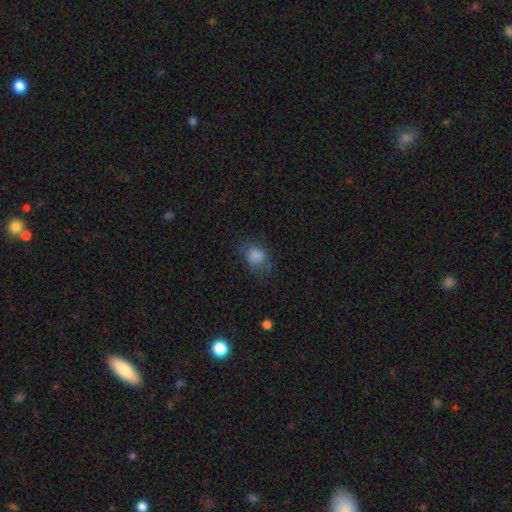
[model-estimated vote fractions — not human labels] Smooth or featured? smooth (78%)
How rounded? in between (64%)
Merging? none (57%)